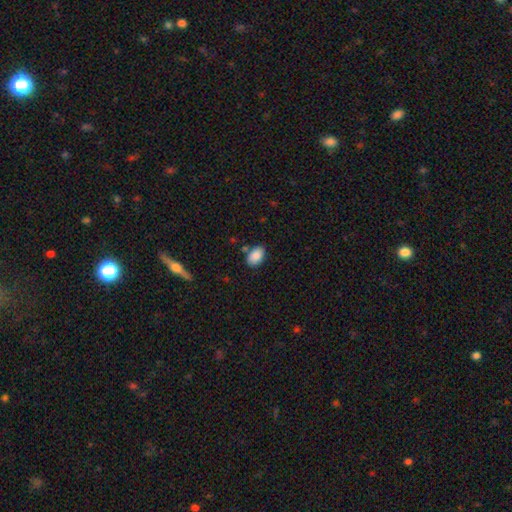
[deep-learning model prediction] Smooth or featured? smooth (88%)
How rounded? in between (89%)
Merging? none (77%)